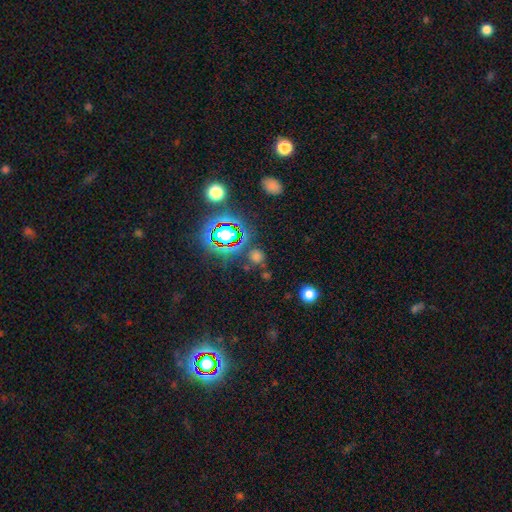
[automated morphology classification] smooth-or-featured: smooth: 55% | star or artifact: 37% | featured or disk: 8%
  how-rounded: round: 86% | in between: 12% | cigar-shaped: 2%
  merging: none: 78% | minor disturbance: 10% | merger: 7% | major disturbance: 5%